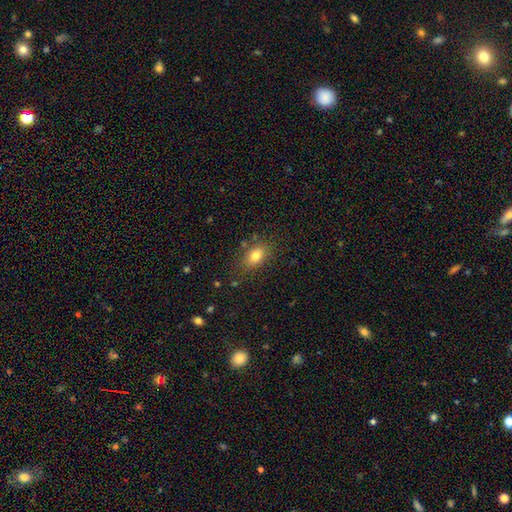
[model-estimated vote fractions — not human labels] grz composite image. It shows a smooth galaxy with no disk features (80%) that is in between round and cigar-shaped (81%). Merging: none (79%).